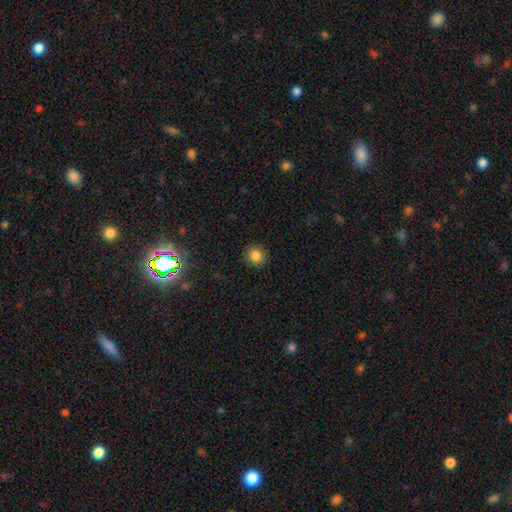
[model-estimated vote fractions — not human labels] A smooth galaxy with no disk features (84%) that is round (93%). Merging: none (90%).